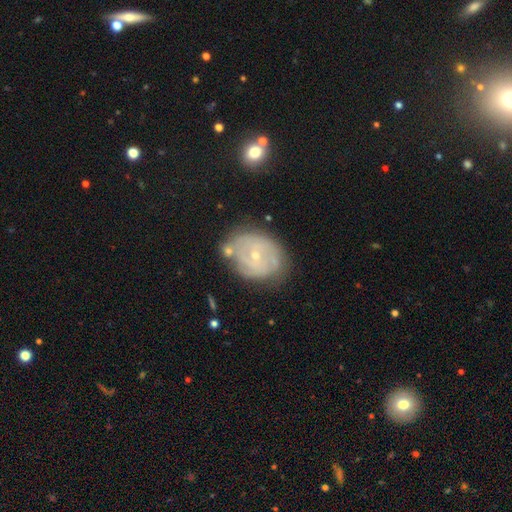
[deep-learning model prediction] This is likely a featured or disk galaxy (73%). It is clearly not viewed edge-on (97%). Bar: likely no (66%). Spiral arm pattern: likely yes (80%). Spiral arm count: marginally can't tell (45%). Spiral winding: likely tight (64%). Central bulge: likely small (74%). Merging: likely none (65%).